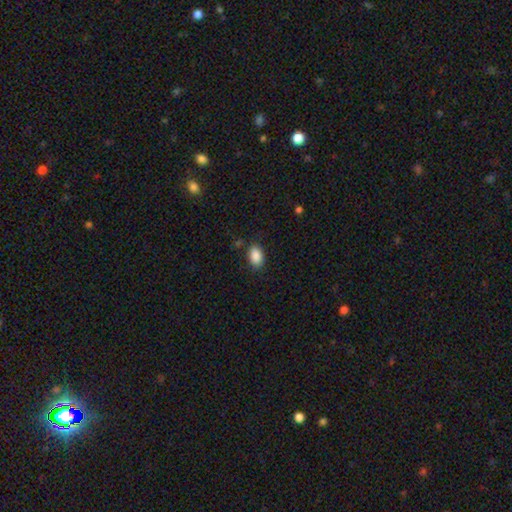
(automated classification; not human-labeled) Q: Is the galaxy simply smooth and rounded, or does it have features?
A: smooth — 89%.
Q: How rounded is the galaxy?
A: in between — 86%.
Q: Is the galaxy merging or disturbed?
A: none — 82%.